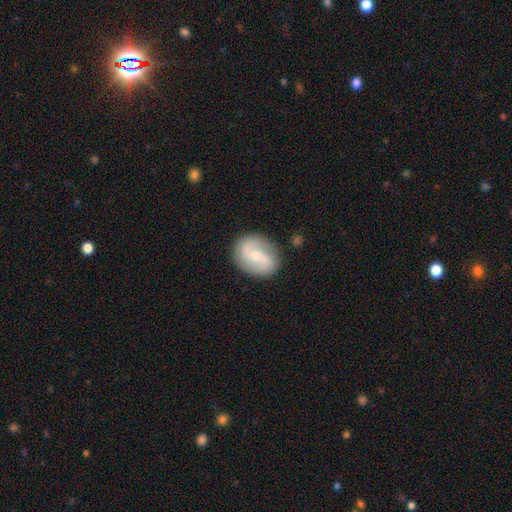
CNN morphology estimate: smooth_or_featured: featured or disk (p=0.77) [alt: smooth p=0.18]
disk_edge_on: no (p=0.97) [alt: yes p=0.03]
bar: weak (p=0.44) [alt: no p=0.40]
has_spiral_arms: yes (p=0.93) [alt: no p=0.07]
spiral_winding: medium (p=0.46) [alt: loose p=0.34]
spiral_arm_count: 2 (p=0.90) [alt: can't tell p=0.04]
bulge_size: small (p=0.49) [alt: moderate p=0.47]
merging: none (p=0.84) [alt: minor disturbance p=0.12]